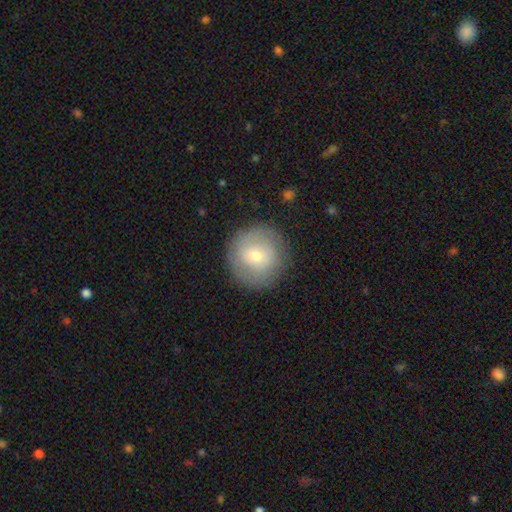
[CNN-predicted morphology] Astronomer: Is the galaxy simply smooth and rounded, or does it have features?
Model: smooth — 59%.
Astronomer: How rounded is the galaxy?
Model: round — 95%.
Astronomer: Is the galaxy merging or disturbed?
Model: none — 87%.